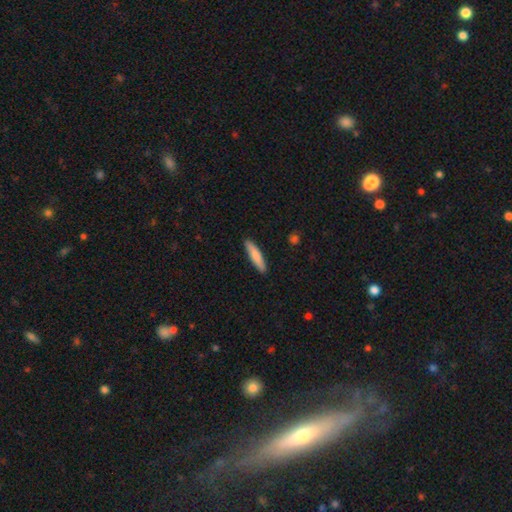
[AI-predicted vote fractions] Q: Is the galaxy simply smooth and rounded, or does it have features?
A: smooth — 81%.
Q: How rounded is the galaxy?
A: cigar-shaped — 84%.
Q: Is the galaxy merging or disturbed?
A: none — 90%.